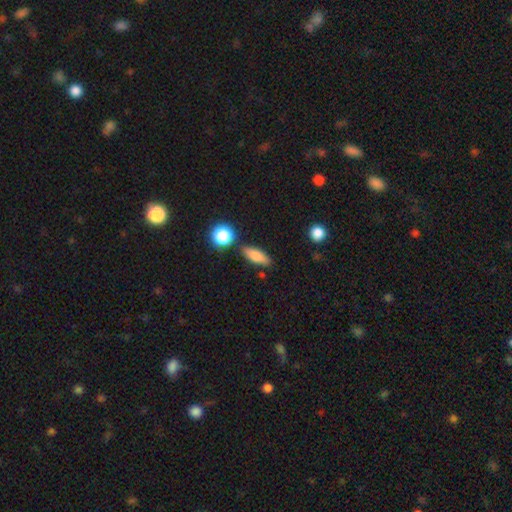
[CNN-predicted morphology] A smooth galaxy with no disk features (78%) that is in between round and cigar-shaped (63%). Merging: none (78%).